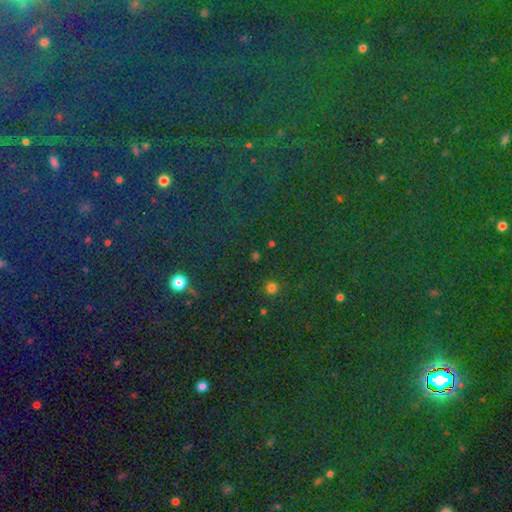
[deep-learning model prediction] This is possibly a star or artifact rather than a galaxy (55%).